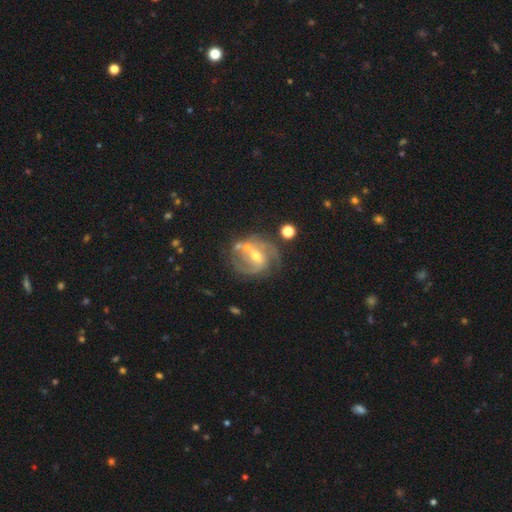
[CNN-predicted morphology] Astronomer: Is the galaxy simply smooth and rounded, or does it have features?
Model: featured or disk — 86%.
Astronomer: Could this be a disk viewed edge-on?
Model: no — 97%.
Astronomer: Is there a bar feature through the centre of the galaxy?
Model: weak — 46% (runner-up: strong, 30%).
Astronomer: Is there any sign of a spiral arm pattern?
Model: yes — 95%.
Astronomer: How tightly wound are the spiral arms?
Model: medium — 49% (runner-up: tight, 35%).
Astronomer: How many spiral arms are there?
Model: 2 — 56%.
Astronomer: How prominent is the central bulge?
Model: moderate — 51% (runner-up: small, 45%).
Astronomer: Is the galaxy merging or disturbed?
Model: none — 62%.